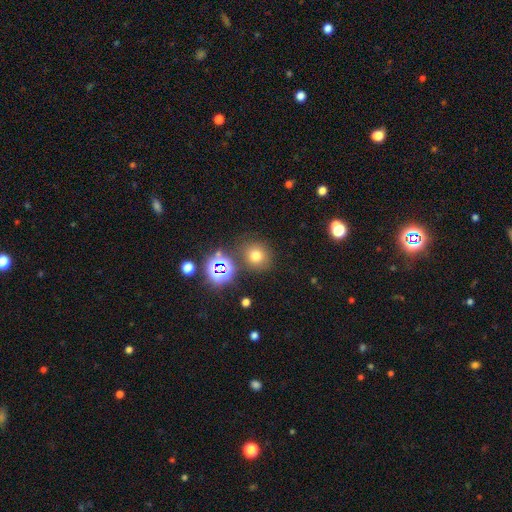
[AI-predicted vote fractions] This is likely a smooth galaxy (67%). How rounded: clearly round (85%). Merging: likely none (80%).